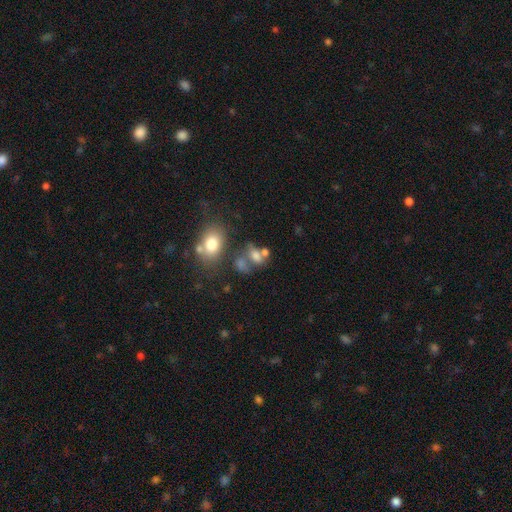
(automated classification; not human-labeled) Smooth or featured? smooth (64%)
How rounded? in between (70%)
Merging? merger (37%)